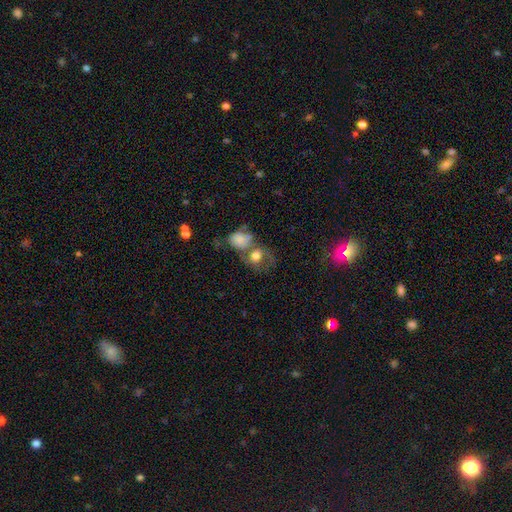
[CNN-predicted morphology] Smooth or featured?
  - smooth: 56% *
  - featured or disk: 34%
  - star or artifact: 10%
How rounded?
  - round: 57% *
  - in between: 41%
  - cigar-shaped: 1%
Merging?
  - merger: 45% *
  - none: 29%
  - major disturbance: 14%
  - minor disturbance: 13%